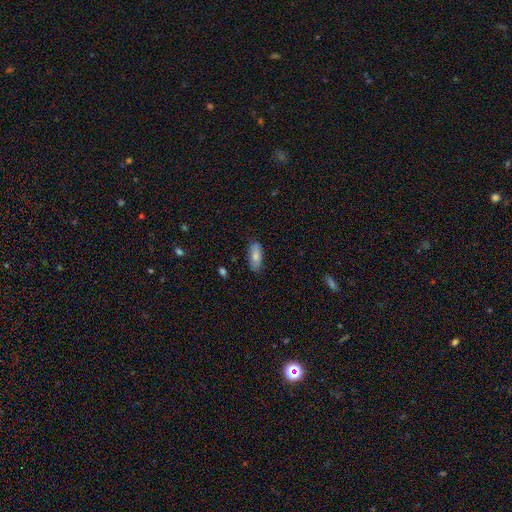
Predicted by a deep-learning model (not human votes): Smooth or featured?
  - smooth: 80% *
  - featured or disk: 14%
  - star or artifact: 6%
How rounded?
  - in between: 79% *
  - cigar-shaped: 19%
  - round: 2%
Merging?
  - none: 82% *
  - minor disturbance: 14%
  - major disturbance: 3%
  - merger: 1%